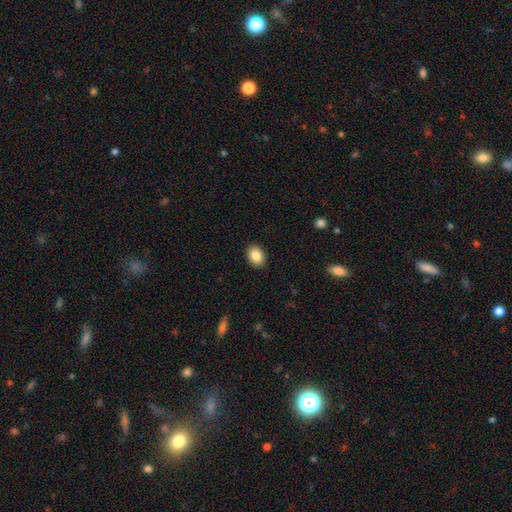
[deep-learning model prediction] smooth 87%, star or artifact 8%, featured or disk 5%. Down the decision tree: how rounded — in between (67%); merging — none (91%).